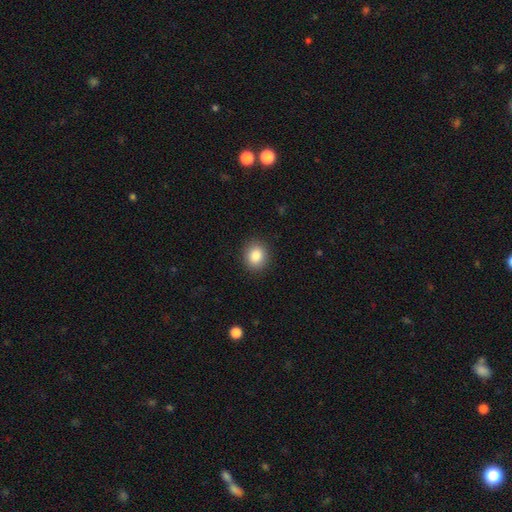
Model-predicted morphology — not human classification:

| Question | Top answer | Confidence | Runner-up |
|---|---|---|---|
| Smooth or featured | smooth | 85% | star or artifact (9%) |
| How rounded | round | 70% | in between (30%) |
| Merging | none | 90% | minor disturbance (7%) |